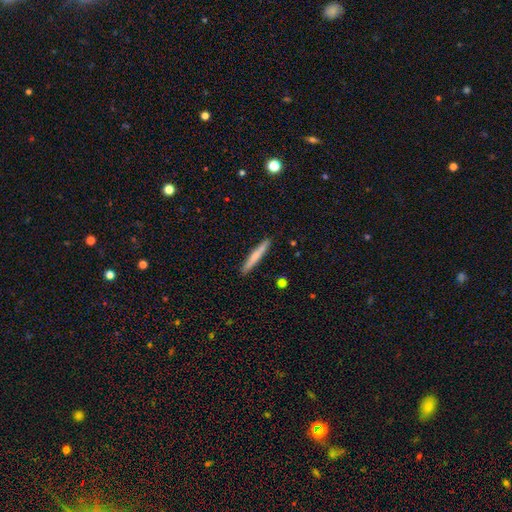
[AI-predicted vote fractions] Smooth or featured?
  - smooth: 66% *
  - featured or disk: 28%
  - star or artifact: 6%
How rounded?
  - cigar-shaped: 96% *
  - in between: 3%
  - round: 1%
Merging?
  - none: 91% *
  - minor disturbance: 6%
  - major disturbance: 1%
  - merger: 1%